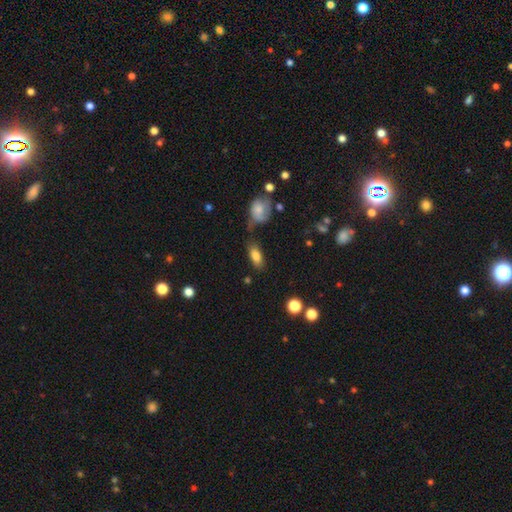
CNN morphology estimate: smooth-or-featured: smooth: 82% | featured or disk: 10% | star or artifact: 8%
  how-rounded: in between: 87% | cigar-shaped: 9% | round: 4%
  merging: none: 65% | minor disturbance: 19% | merger: 9% | major disturbance: 7%